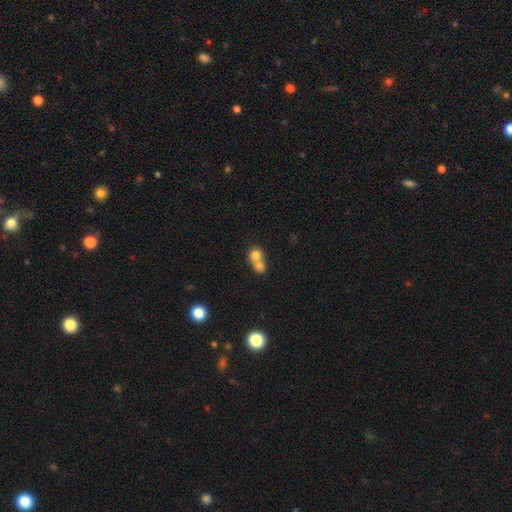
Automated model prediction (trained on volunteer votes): This is likely a smooth galaxy (76%). How rounded: likely round (75%). Merging: likely merger (71%).